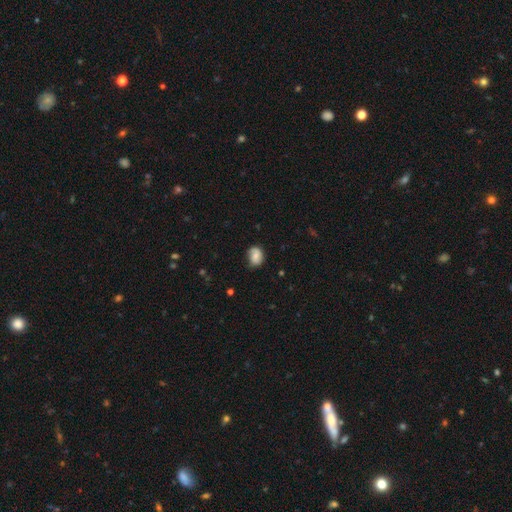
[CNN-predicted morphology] This is likely a smooth galaxy (64%). How rounded: possibly in between (54%). Merging: likely none (61%).